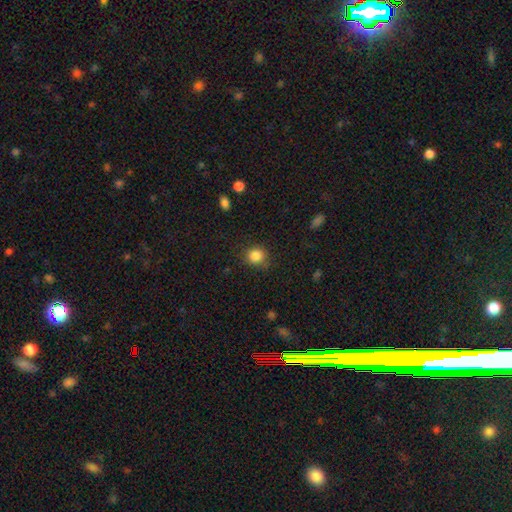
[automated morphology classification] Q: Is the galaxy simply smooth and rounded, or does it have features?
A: smooth — 85%.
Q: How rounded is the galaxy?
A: round — 84%.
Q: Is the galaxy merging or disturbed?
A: none — 81%.